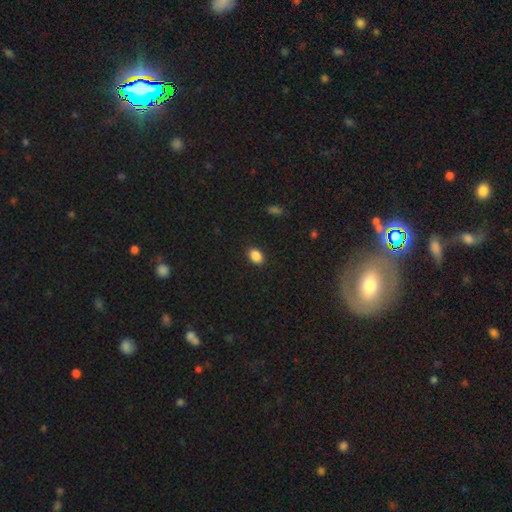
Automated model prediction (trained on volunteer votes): This is clearly a smooth galaxy (88%). How rounded: clearly in between (80%). Merging: clearly none (89%).